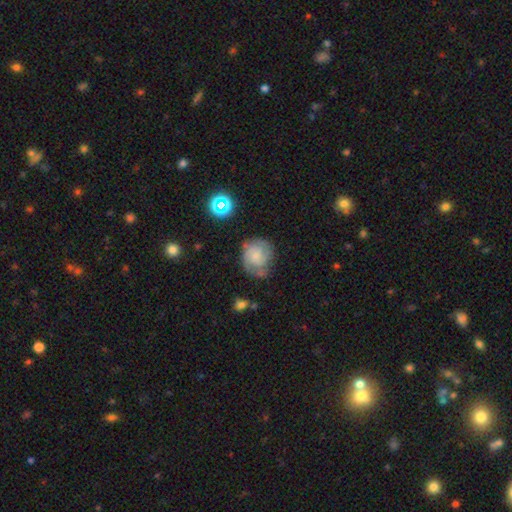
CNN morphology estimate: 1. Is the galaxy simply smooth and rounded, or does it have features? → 58% featured or disk, 33% smooth, 9% star or artifact.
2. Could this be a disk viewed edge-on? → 98% no, 2% yes.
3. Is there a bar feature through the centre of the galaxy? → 72% no, 24% weak, 4% strong.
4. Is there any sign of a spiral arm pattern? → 87% yes, 13% no.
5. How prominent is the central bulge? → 43% small, 29% none, 20% moderate, 6% large, 2% dominant.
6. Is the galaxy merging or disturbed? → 57% none, 26% minor disturbance, 13% major disturbance, 3% merger.